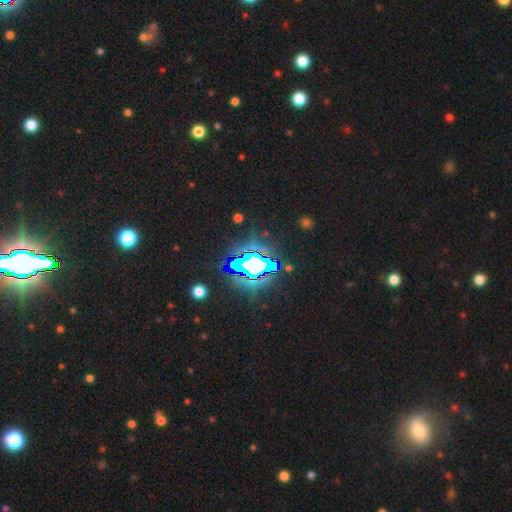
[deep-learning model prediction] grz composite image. It shows a star or artifact, not a galaxy (85%).